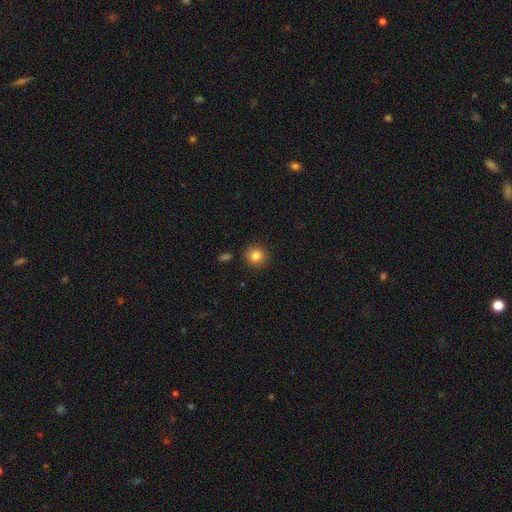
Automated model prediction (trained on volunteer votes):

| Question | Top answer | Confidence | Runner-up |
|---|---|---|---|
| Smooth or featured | smooth | 84% | star or artifact (10%) |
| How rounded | round | 91% | in between (8%) |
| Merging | none | 90% | minor disturbance (7%) |